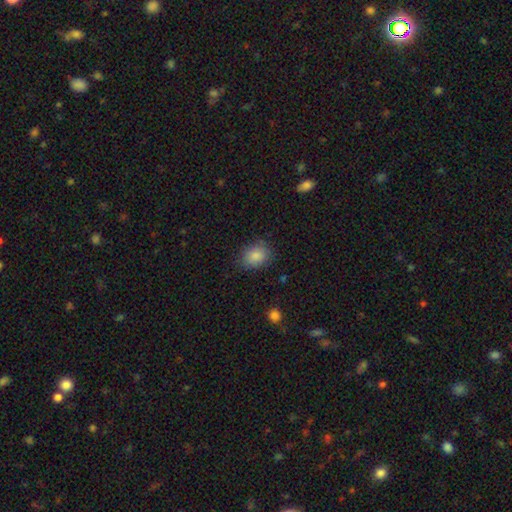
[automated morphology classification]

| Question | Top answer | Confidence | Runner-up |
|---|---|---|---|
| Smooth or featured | smooth | 87% | star or artifact (8%) |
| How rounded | in between | 57% | round (42%) |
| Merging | none | 78% | minor disturbance (16%) |